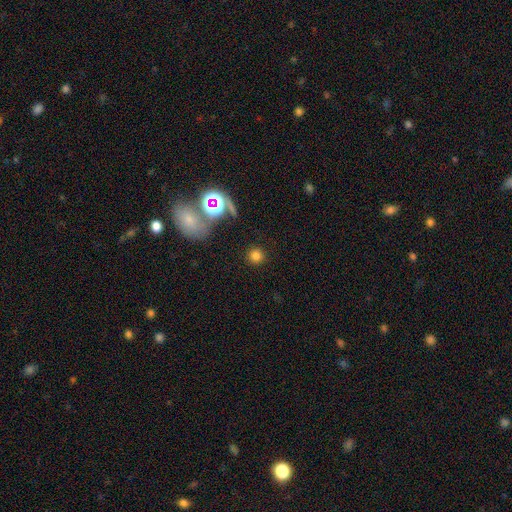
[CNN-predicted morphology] Q: Smooth or featured?
A: smooth (75%); runner-up: star or artifact (18%)
Q: How rounded?
A: round (94%); runner-up: in between (5%)
Q: Merging?
A: none (89%); runner-up: minor disturbance (6%)